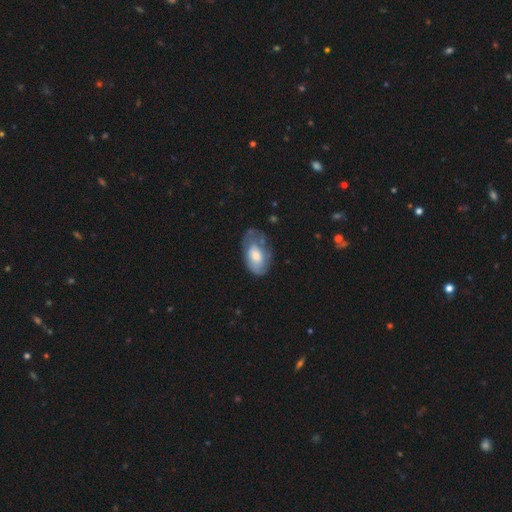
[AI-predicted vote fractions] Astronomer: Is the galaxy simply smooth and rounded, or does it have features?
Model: smooth — 59% (runner-up: featured or disk, 34%).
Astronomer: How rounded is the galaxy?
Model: in between — 92%.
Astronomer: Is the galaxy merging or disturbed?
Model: none — 39% (runner-up: minor disturbance, 35%).